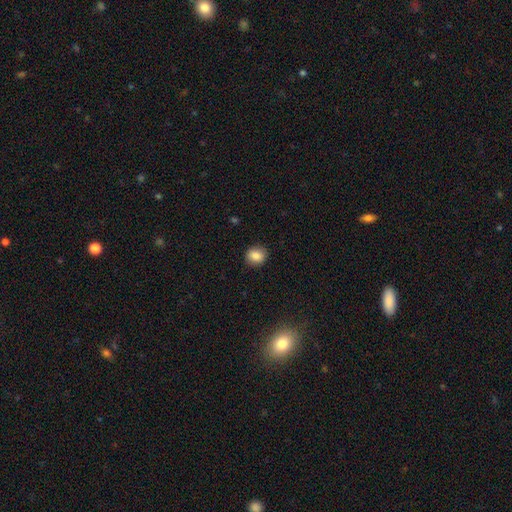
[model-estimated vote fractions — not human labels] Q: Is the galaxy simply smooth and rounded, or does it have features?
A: smooth — 85%.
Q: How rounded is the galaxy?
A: round — 66%.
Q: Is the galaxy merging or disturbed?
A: none — 88%.